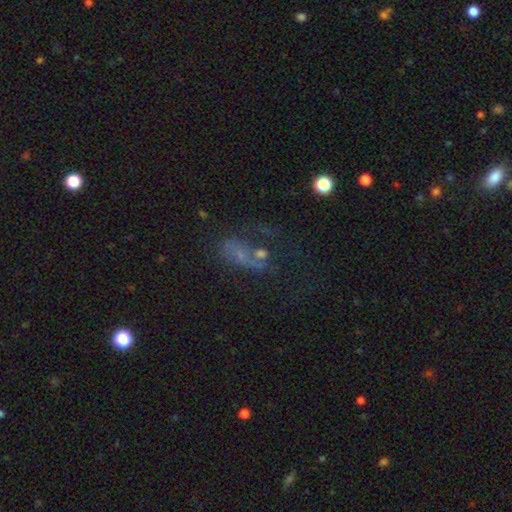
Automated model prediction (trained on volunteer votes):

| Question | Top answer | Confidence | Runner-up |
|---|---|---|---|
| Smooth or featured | featured or disk | 40% | smooth (35%) |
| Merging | major disturbance | 30% | none (28%) |